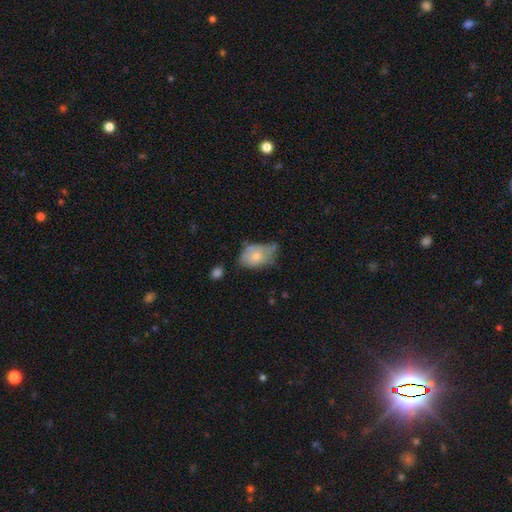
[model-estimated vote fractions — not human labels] smooth_or_featured: smooth (p=0.62) [alt: featured or disk p=0.31]
how_rounded: in between (p=0.83) [alt: round p=0.16]
merging: minor disturbance (p=0.42) [alt: none p=0.34]